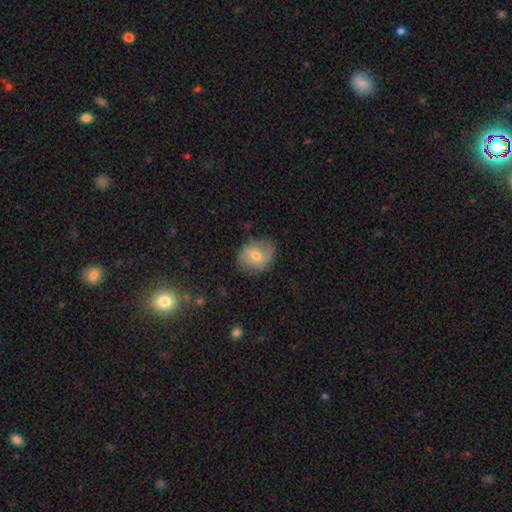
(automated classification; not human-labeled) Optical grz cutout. It shows a smooth galaxy with no disk features (52%) that is round (56%). Merging: none (75%).